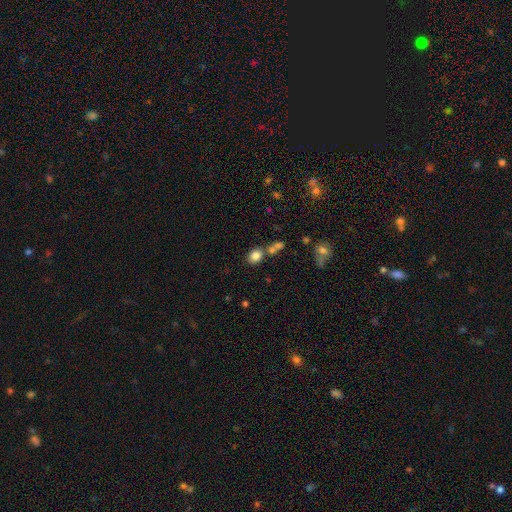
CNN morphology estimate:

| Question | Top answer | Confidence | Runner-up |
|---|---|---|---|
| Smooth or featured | smooth | 82% | star or artifact (11%) |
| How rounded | in between | 53% | round (46%) |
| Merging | none | 60% | merger (25%) |